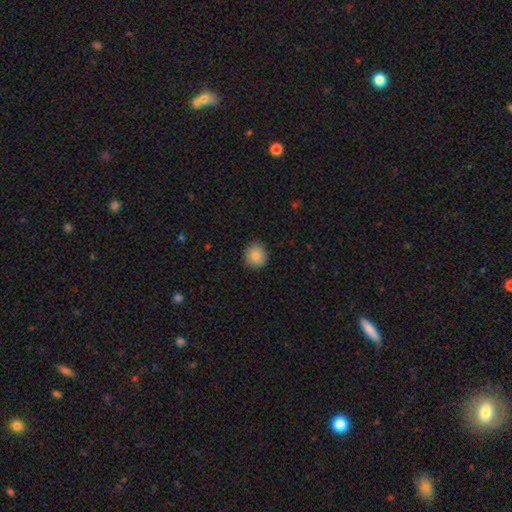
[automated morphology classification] A smooth galaxy with no disk features (86%) that is round (89%). Merging: none (87%).